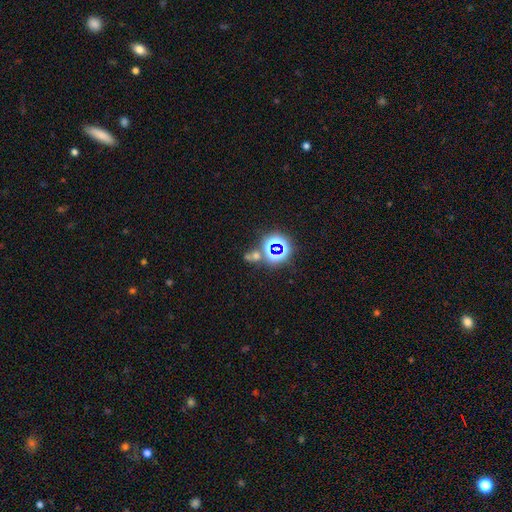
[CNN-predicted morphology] Overall: star or artifact (55%; smooth 33%).